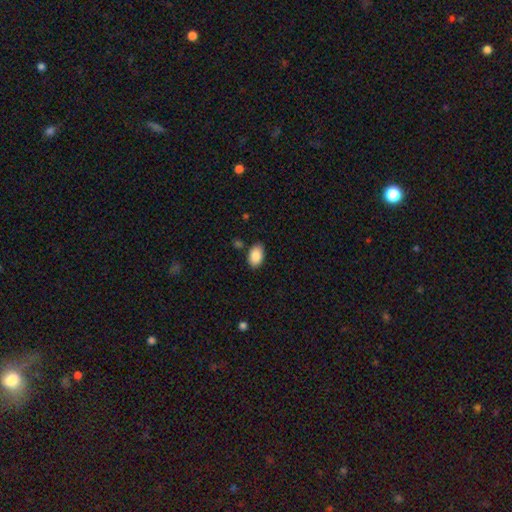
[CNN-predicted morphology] A smooth galaxy with no disk features (88%) that is in between round and cigar-shaped (92%).

Vote fractions:
- Smooth or featured? smooth: 88% / star or artifact: 7% / featured or disk: 5%
- How rounded? in between: 92% / round: 7% / cigar-shaped: 1%
- Merging? none: 84% / minor disturbance: 11% / merger: 3% / major disturbance: 2%